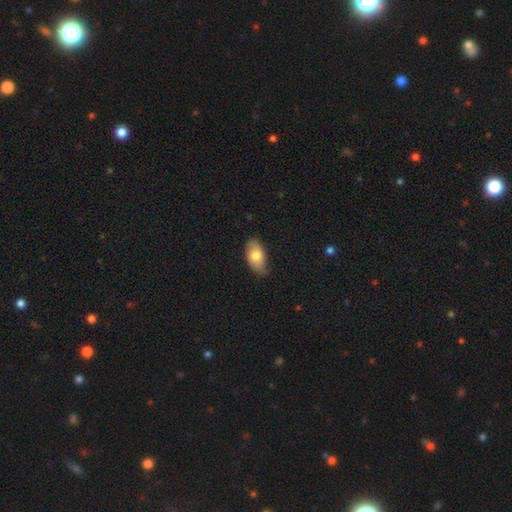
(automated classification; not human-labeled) The model was most divided on "merging": none: 72%, minor disturbance: 23%, major disturbance: 3%, merger: 1%. More confident: how rounded — in between (93%); smooth or featured — smooth (75%).